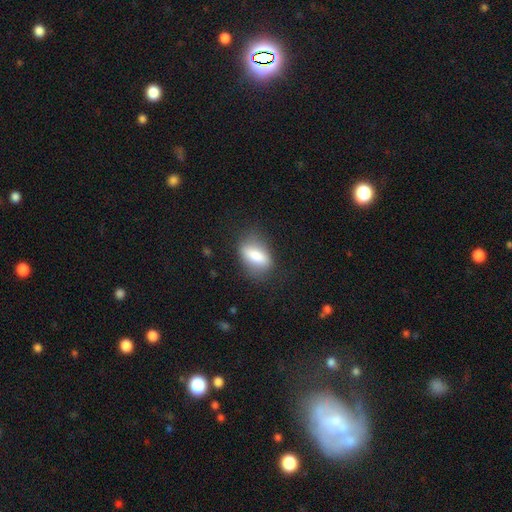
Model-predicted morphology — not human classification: This appears to be a smooth galaxy with no disk features (77%) that is in between round and cigar-shaped (82%). Merging: none (70%).